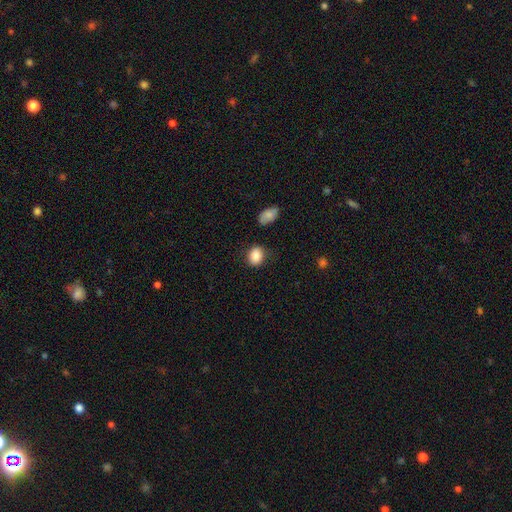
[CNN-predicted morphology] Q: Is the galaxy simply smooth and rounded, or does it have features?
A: smooth — 88%.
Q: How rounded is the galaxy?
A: in between — 53%.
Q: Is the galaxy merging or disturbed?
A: none — 76%.